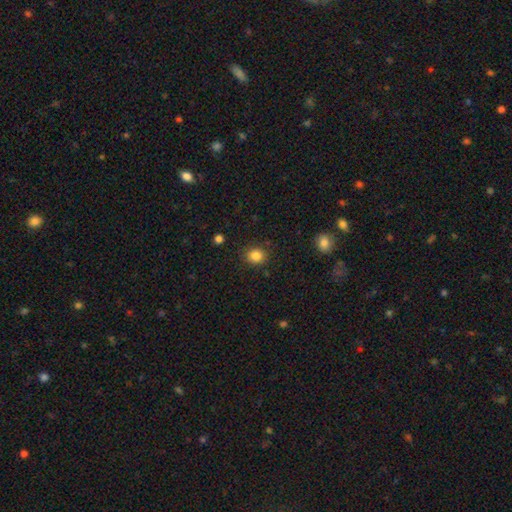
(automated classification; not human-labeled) Morphology: type=smooth (84%); roundness=round (77%); merging=none (87%).